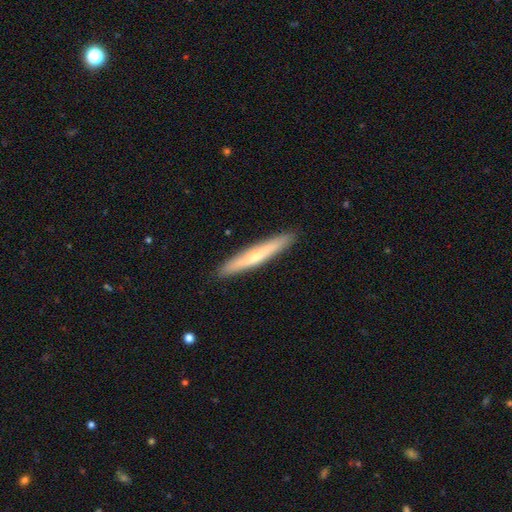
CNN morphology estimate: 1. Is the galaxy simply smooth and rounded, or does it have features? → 48% smooth, 46% featured or disk, 5% star or artifact.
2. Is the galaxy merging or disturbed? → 91% none, 6% minor disturbance, 1% major disturbance, 1% merger.